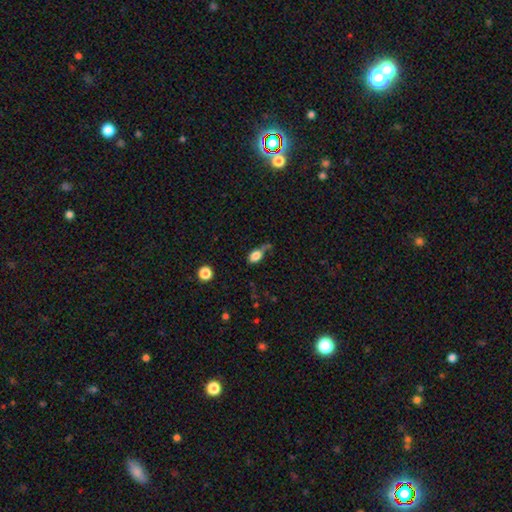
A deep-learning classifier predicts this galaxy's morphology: Smooth or featured?
  - smooth: 80% *
  - featured or disk: 10%
  - star or artifact: 10%
How rounded?
  - in between: 80% *
  - round: 16%
  - cigar-shaped: 4%
Merging?
  - none: 42% *
  - minor disturbance: 30%
  - major disturbance: 16%
  - merger: 11%